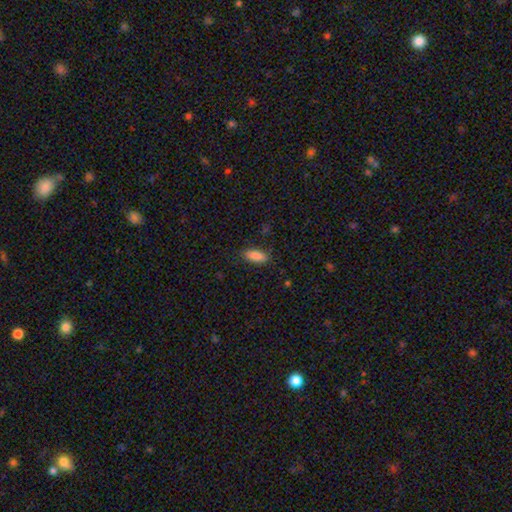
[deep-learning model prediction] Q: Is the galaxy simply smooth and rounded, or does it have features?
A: smooth — 87%.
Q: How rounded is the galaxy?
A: in between — 72%.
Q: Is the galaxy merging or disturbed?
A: none — 85%.